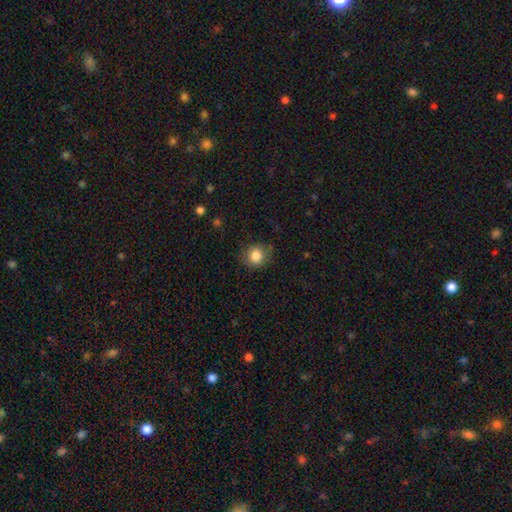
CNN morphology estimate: type=smooth (84%); roundness=round (81%); merging=none (76%).